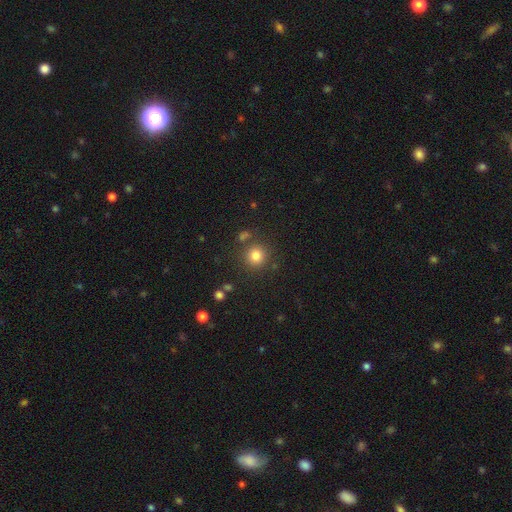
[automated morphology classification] smooth_or_featured: smooth (p=0.81) [alt: star or artifact p=0.13]
how_rounded: round (p=0.92) [alt: in between p=0.07]
merging: none (p=0.82) [alt: minor disturbance p=0.08]